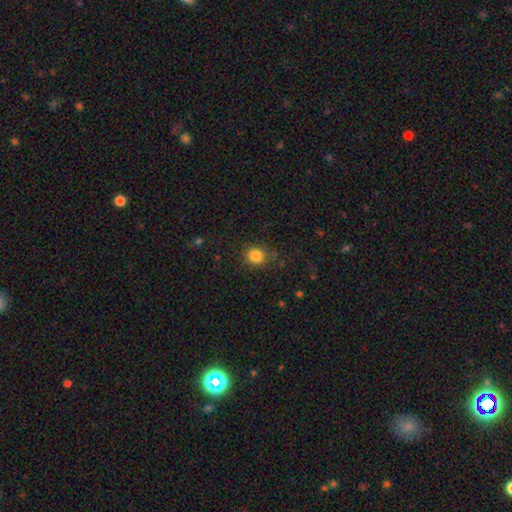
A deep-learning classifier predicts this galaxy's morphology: A smooth galaxy with no disk features (84%) that is round (81%).

Vote fractions:
- Smooth or featured? smooth: 84% / star or artifact: 11% / featured or disk: 4%
- How rounded? round: 81% / in between: 18% / cigar-shaped: 1%
- Merging? none: 82% / minor disturbance: 12% / major disturbance: 4% / merger: 2%